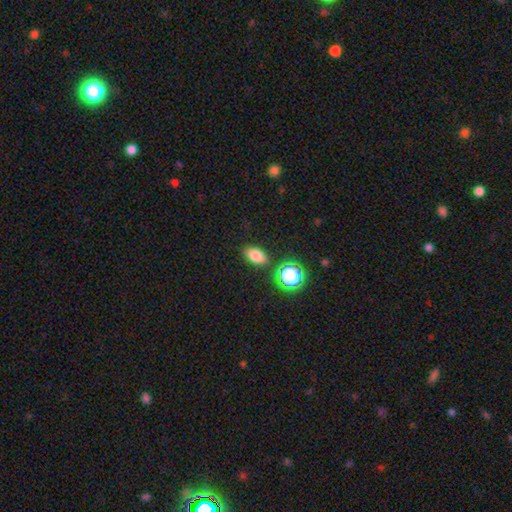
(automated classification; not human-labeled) Overall: smooth (78%). How rounded: in between (82%). Merging: none (82%).